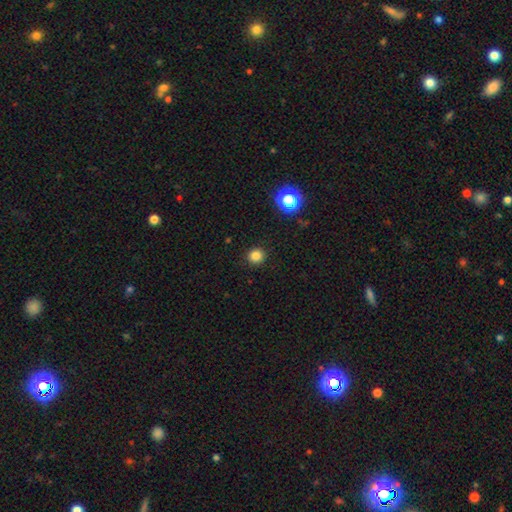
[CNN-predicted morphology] Q: Smooth or featured?
A: smooth (83%); runner-up: star or artifact (13%)
Q: How rounded?
A: round (91%); runner-up: in between (8%)
Q: Merging?
A: none (92%); runner-up: minor disturbance (5%)